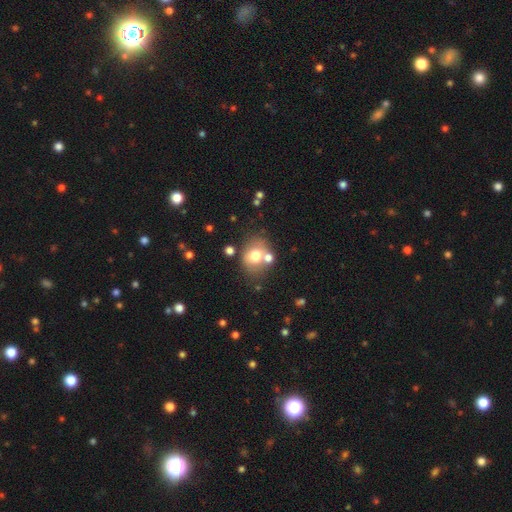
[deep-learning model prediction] Smooth or featured? Predicted: smooth (p=0.68). How rounded? Predicted: round (p=0.56). Merging? Predicted: none (p=0.59).